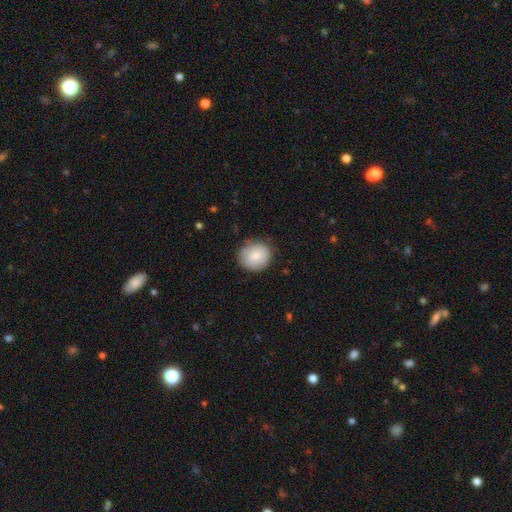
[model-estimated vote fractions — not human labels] Smooth or featured?
  - smooth: 82% *
  - featured or disk: 11%
  - star or artifact: 7%
How rounded?
  - round: 83% *
  - in between: 16%
  - cigar-shaped: 1%
Merging?
  - none: 83% *
  - minor disturbance: 13%
  - major disturbance: 3%
  - merger: 1%